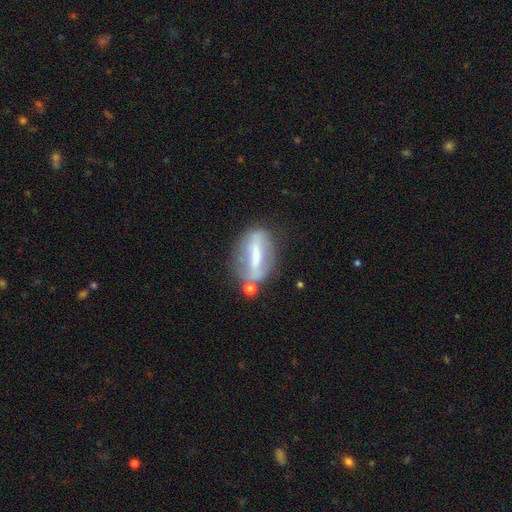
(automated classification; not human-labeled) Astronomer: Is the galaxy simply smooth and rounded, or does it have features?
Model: featured or disk — 56% (runner-up: smooth, 35%).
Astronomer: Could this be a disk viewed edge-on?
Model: no — 76%.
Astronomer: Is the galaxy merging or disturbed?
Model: none — 59%.